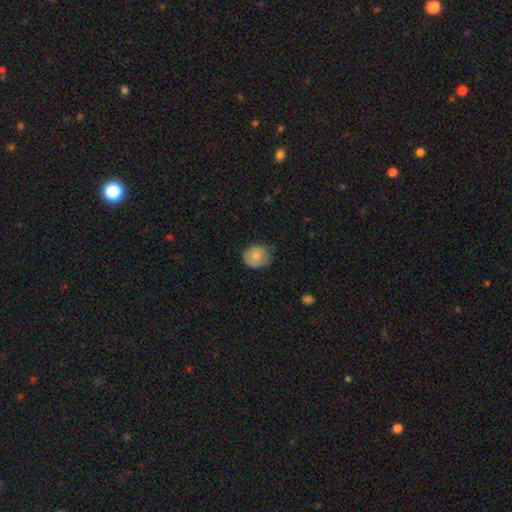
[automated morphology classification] Q: Smooth or featured?
A: smooth (79%); runner-up: featured or disk (13%)
Q: How rounded?
A: round (72%); runner-up: in between (27%)
Q: Merging?
A: none (61%); runner-up: minor disturbance (31%)